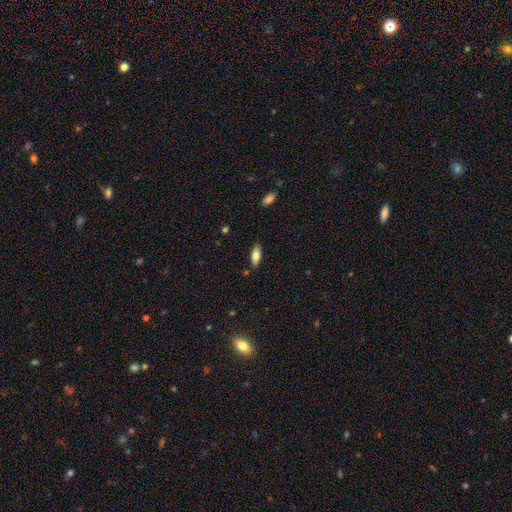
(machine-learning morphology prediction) Overall: smooth (73%). How rounded: in between (68%; cigar-shaped 29%). Merging: none (85%).